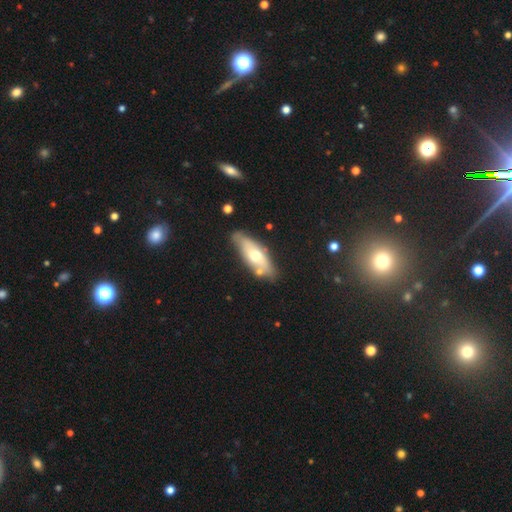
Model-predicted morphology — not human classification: The model was most divided on "smooth or featured": smooth: 51%, featured or disk: 43%, star or artifact: 6%. More confident: merging — none (72%); how rounded — in between (64%).